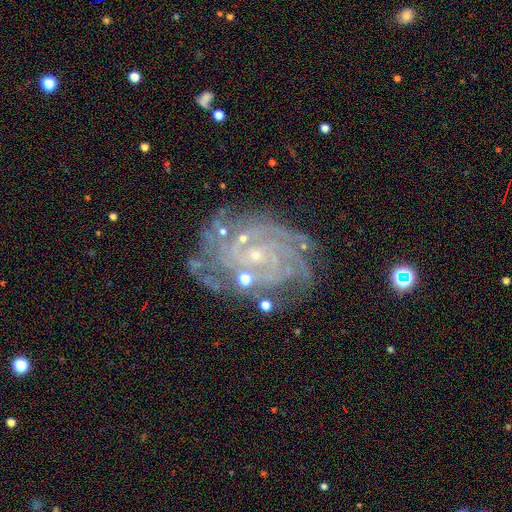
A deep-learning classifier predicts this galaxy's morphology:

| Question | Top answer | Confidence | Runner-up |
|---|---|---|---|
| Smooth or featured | featured or disk | 86% | star or artifact (8%) |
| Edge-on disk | no | 97% | yes (3%) |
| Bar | no | 71% | weak (22%) |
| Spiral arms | yes | 97% | no (3%) |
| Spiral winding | tight | 79% | medium (17%) |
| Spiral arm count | more than 4 | 25% | can't tell (24%) |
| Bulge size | small | 85% | moderate (10%) |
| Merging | none | 73% | minor disturbance (17%) |